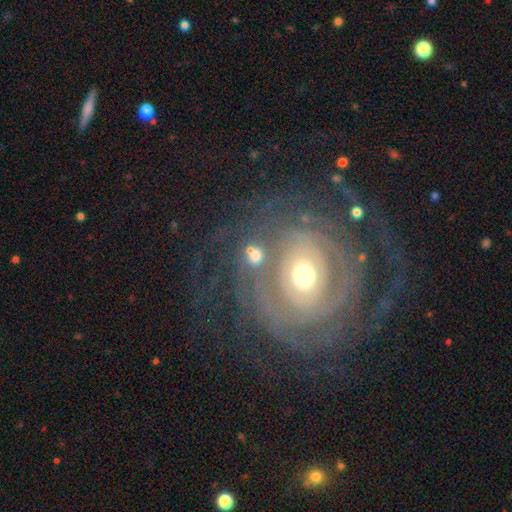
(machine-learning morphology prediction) A featured or disk galaxy (45%).

Vote fractions:
- Smooth or featured? featured or disk: 45% / smooth: 37% / star or artifact: 18%
- Merging? none: 56% / merger: 19% / minor disturbance: 13% / major disturbance: 12%